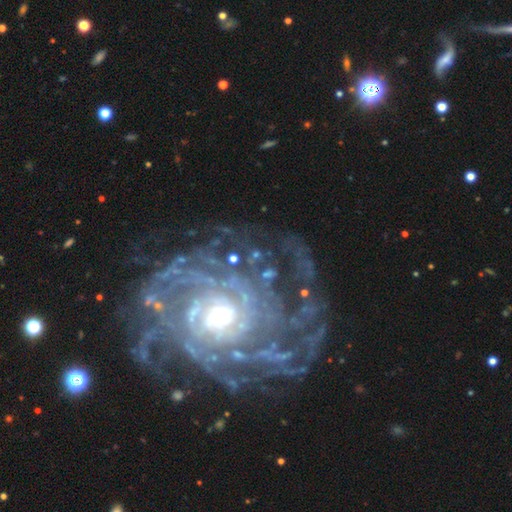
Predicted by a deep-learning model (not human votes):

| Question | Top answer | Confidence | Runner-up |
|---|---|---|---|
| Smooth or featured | featured or disk | 86% | star or artifact (9%) |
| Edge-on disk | no | 97% | yes (3%) |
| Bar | no | 61% | weak (26%) |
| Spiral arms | yes | 96% | no (4%) |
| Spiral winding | tight | 69% | medium (24%) |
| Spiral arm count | can't tell | 28% | more than 4 (26%) |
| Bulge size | small | 58% | moderate (35%) |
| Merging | none | 63% | major disturbance (17%) |